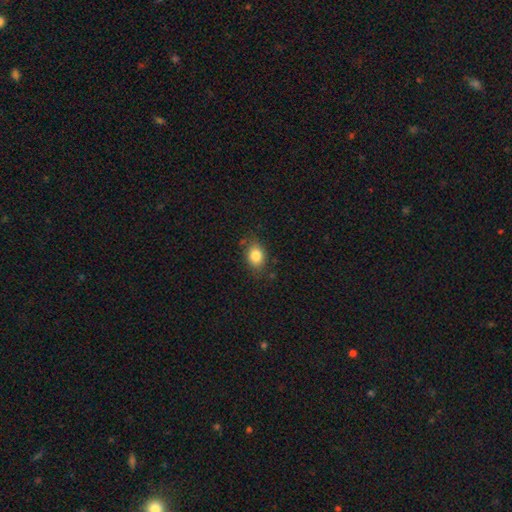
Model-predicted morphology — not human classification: smooth_or_featured: smooth (p=0.83) [alt: star or artifact p=0.10]
how_rounded: in between (p=0.60) [alt: round p=0.38]
merging: none (p=0.78) [alt: minor disturbance p=0.16]